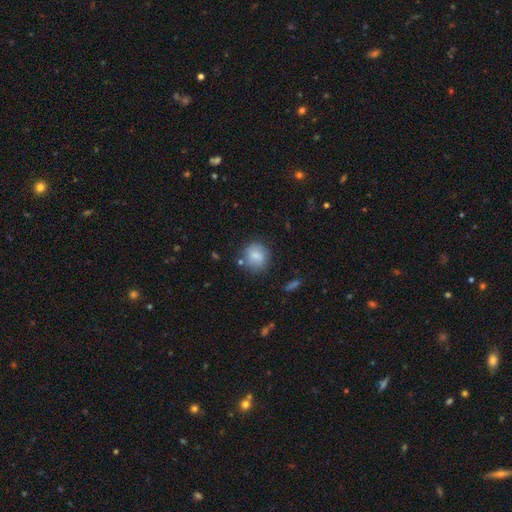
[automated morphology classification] Smooth or featured?
  - smooth: 76% *
  - featured or disk: 15%
  - star or artifact: 9%
How rounded?
  - round: 82% *
  - in between: 17%
  - cigar-shaped: 1%
Merging?
  - none: 72% *
  - minor disturbance: 18%
  - major disturbance: 5%
  - merger: 5%